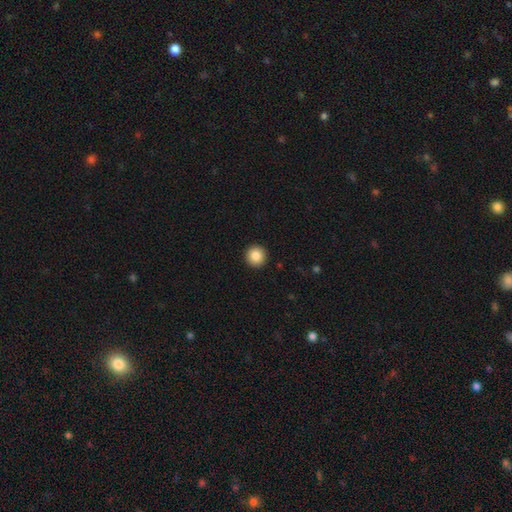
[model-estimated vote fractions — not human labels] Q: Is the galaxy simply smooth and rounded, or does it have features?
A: smooth — 85%.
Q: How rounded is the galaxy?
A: round — 96%.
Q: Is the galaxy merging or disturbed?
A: none — 94%.